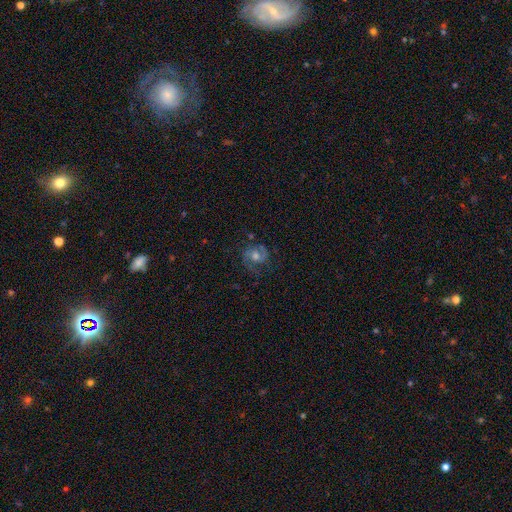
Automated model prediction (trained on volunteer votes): smooth-or-featured: featured or disk: 71% | smooth: 18% | star or artifact: 11%
  disk-edge-on: no: 97% | yes: 3%
    bar: no: 62% | weak: 31% | strong: 7%
    has-spiral-arms: yes: 92% | no: 8%
      spiral-winding: medium: 51% | tight: 30% | loose: 19%
      spiral-arm-count: 2: 81% | can't tell: 8% | 1: 6% | 3: 3% | 4: 1% | more than 4: 1%
    bulge-size: moderate: 64% | small: 17% | large: 15% | none: 2% | dominant: 2%
  merging: none: 72% | minor disturbance: 16% | major disturbance: 10% | merger: 2%